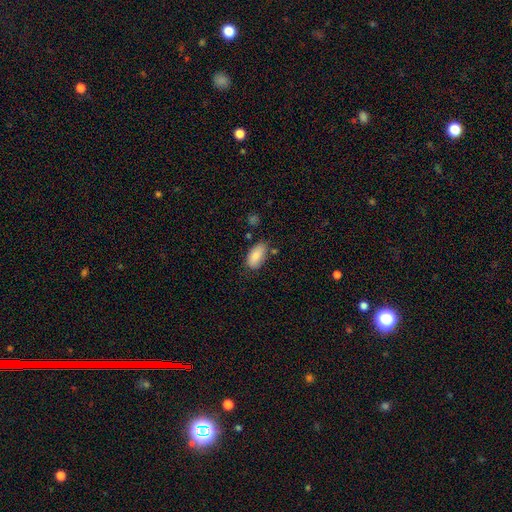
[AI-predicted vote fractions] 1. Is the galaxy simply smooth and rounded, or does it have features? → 86% smooth, 8% featured or disk, 7% star or artifact.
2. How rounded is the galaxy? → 94% in between, 3% cigar-shaped, 3% round.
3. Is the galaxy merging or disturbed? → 71% none, 20% minor disturbance, 4% major disturbance, 4% merger.